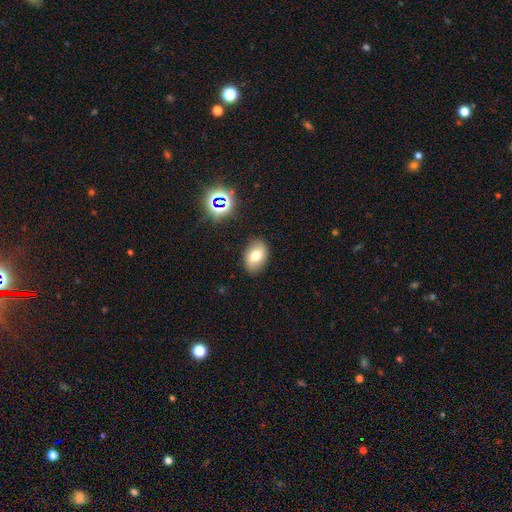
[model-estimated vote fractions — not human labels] A smooth galaxy with no disk features (70%) that is in between round and cigar-shaped (84%). Merging: none (86%).